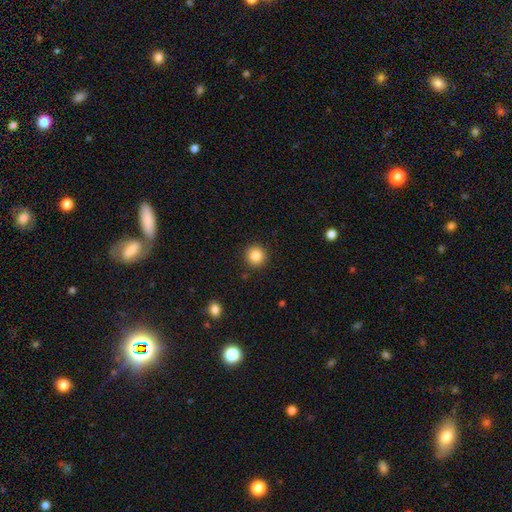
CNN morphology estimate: A smooth galaxy with no disk features (85%) that is round (94%).

Vote fractions:
- Smooth or featured? smooth: 85% / star or artifact: 10% / featured or disk: 5%
- How rounded? round: 94% / in between: 5% / cigar-shaped: 1%
- Merging? none: 91% / minor disturbance: 6% / major disturbance: 2% / merger: 1%